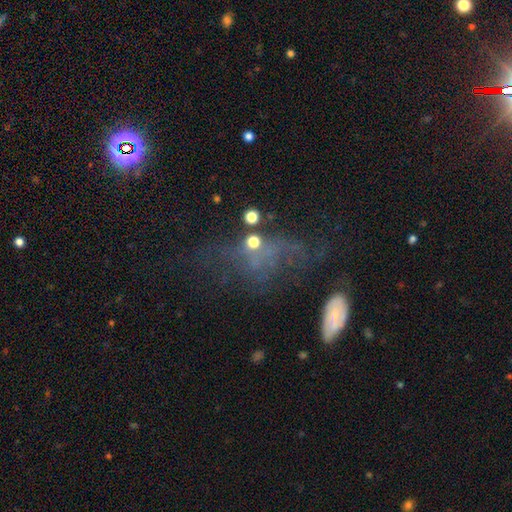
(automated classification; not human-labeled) Smooth or featured? featured or disk (40%)
Merging? major disturbance (43%)